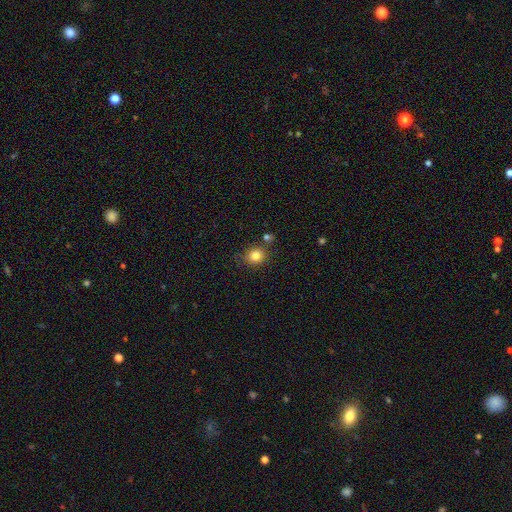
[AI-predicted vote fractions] Smooth or featured? smooth (82%)
How rounded? round (78%)
Merging? none (76%)